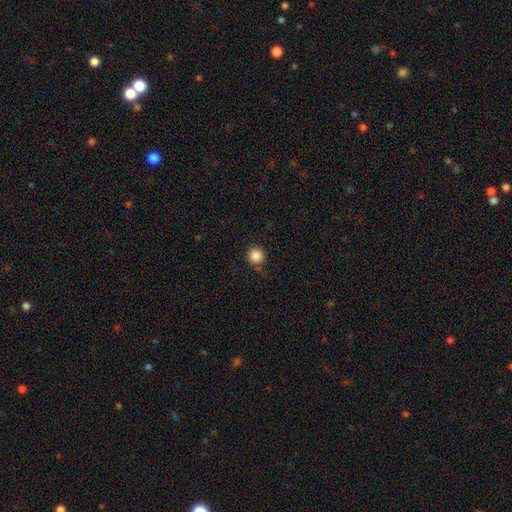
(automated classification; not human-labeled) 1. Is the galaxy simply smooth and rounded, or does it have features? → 86% smooth, 11% star or artifact, 3% featured or disk.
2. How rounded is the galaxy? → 95% round, 4% in between, 1% cigar-shaped.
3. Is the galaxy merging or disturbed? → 83% none, 11% minor disturbance, 3% major disturbance, 3% merger.